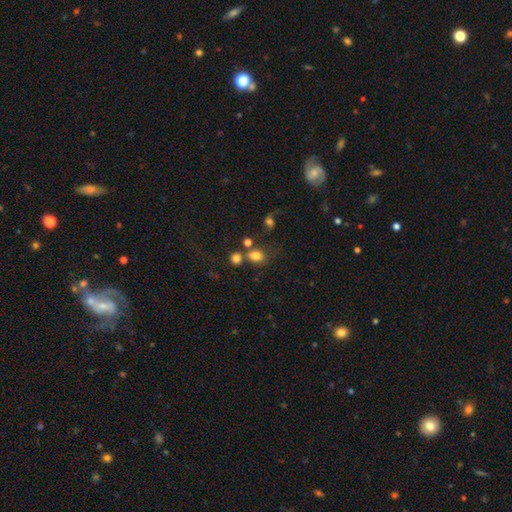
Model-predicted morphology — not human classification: smooth_or_featured: smooth (p=0.79) [alt: star or artifact p=0.13]
how_rounded: round (p=0.54) [alt: in between p=0.45]
merging: none (p=0.57) [alt: merger p=0.24]